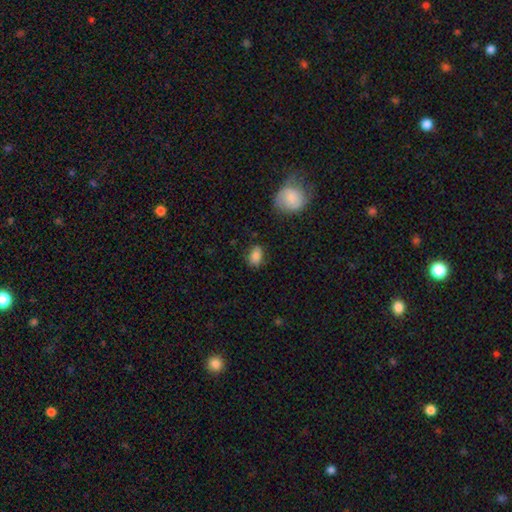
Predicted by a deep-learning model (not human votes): Overall: smooth (85%). How rounded: in between (80%). Merging: none (79%).